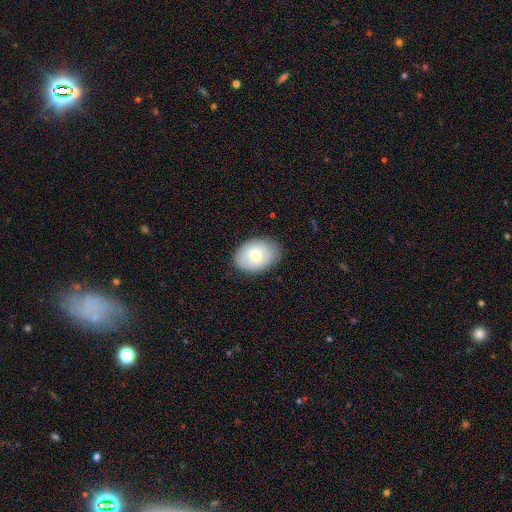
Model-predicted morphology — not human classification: smooth_or_featured: smooth (p=0.68) [alt: featured or disk p=0.24]
how_rounded: in between (p=0.74) [alt: round p=0.25]
merging: none (p=0.81) [alt: minor disturbance p=0.15]